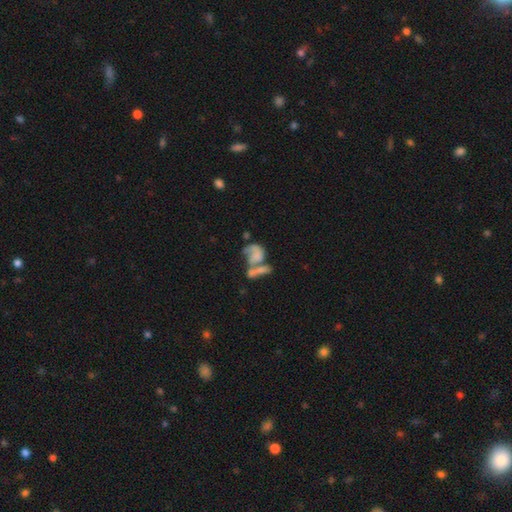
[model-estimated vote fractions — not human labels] smooth_or_featured: featured or disk (p=0.44) [tied with: smooth p=0.44]
merging: merger (p=0.59) [alt: major disturbance p=0.18]